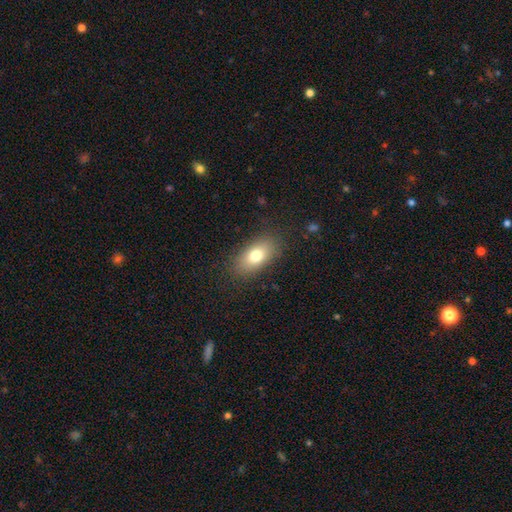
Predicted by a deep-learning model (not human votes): smooth 76%, featured or disk 15%, star or artifact 9%. Down the decision tree: how rounded — in between (87%); merging — none (85%).